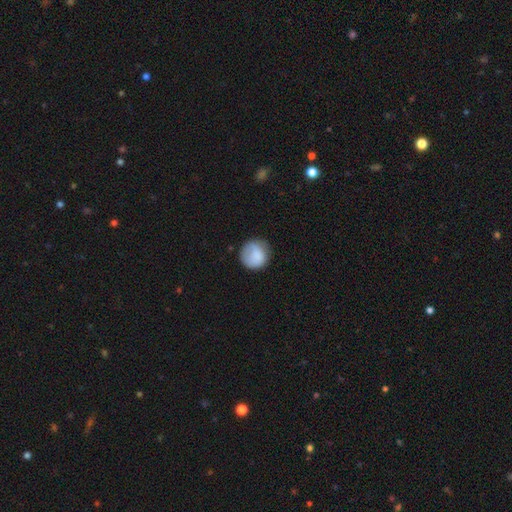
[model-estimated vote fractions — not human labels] Smooth or featured: smooth — 83% (featured or disk — 10%)
How rounded: round — 89% (in between — 10%)
Merging: none — 70% (minor disturbance — 21%)